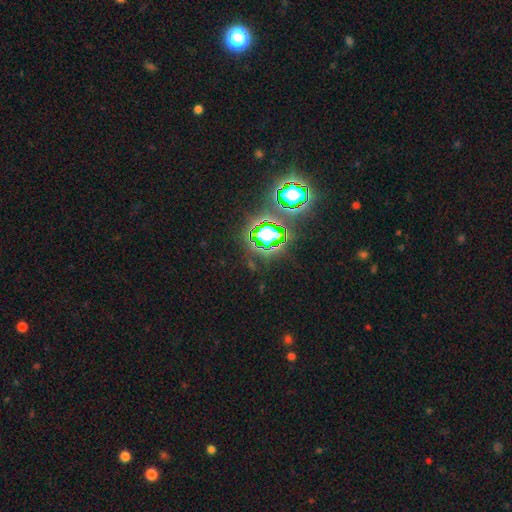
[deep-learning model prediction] Q: Smooth or featured?
A: star or artifact (80%); runner-up: smooth (13%)